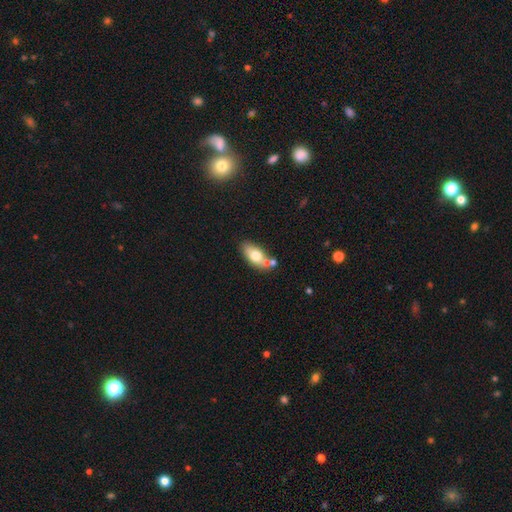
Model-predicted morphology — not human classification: smooth_or_featured: smooth (p=0.69) [alt: featured or disk p=0.23]
how_rounded: in between (p=0.87) [alt: cigar-shaped p=0.08]
merging: none (p=0.57) [alt: merger p=0.21]